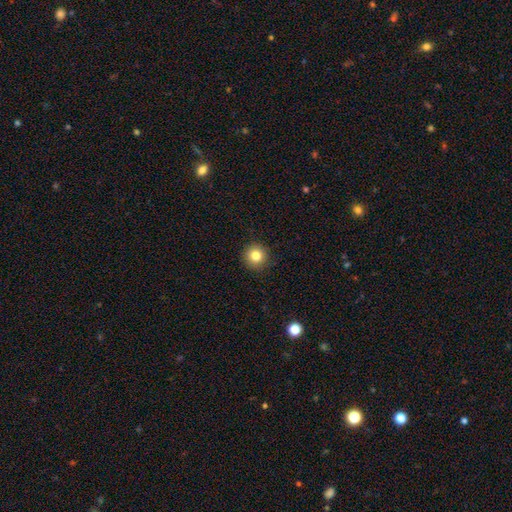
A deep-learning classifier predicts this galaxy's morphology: This appears to be a smooth galaxy with no disk features (82%) that is round (95%). Merging: none (92%).